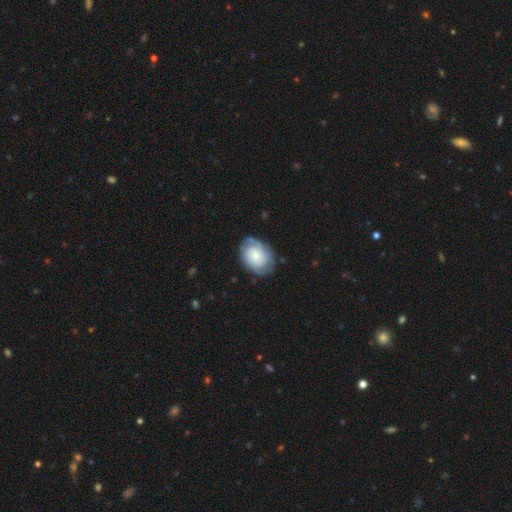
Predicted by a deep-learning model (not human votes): Q: Smooth or featured?
A: featured or disk (50%); runner-up: smooth (43%)
Q: Edge-on disk?
A: no (97%); runner-up: yes (3%)
Q: Merging?
A: none (71%); runner-up: minor disturbance (21%)